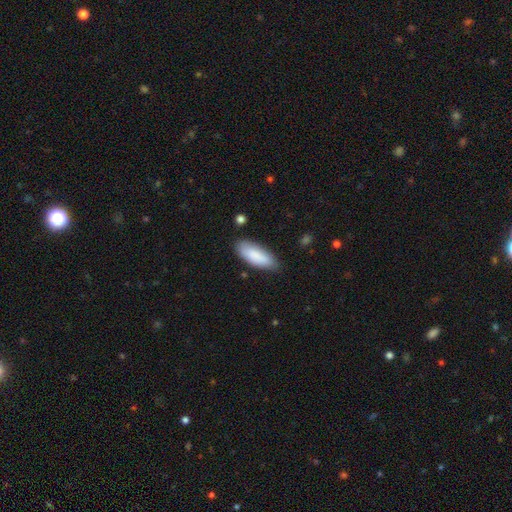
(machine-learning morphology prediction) type=smooth (86%); roundness=in between (74%); merging=none (76%).